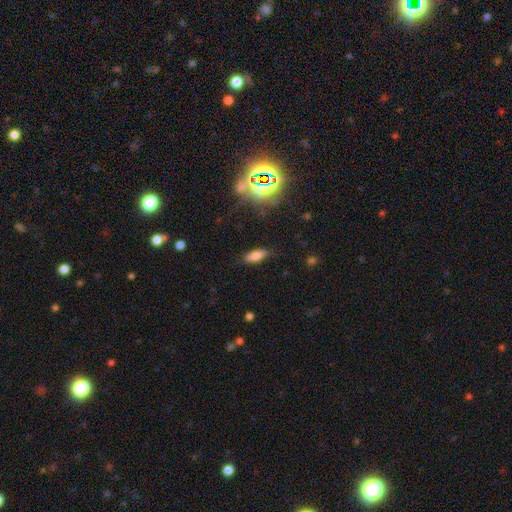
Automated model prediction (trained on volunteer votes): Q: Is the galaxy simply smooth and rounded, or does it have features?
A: smooth — 73%.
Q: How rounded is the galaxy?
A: in between — 74%.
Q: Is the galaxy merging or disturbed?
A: none — 81%.